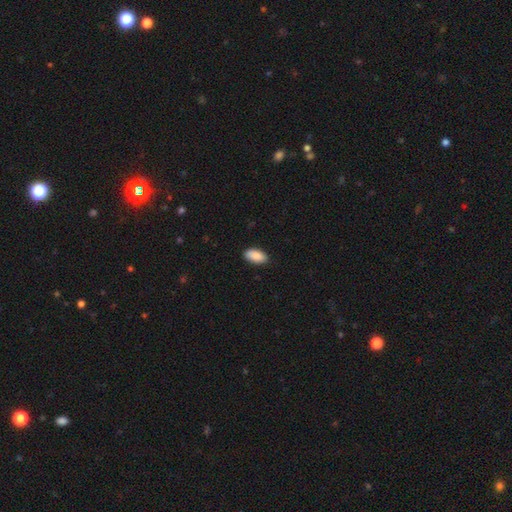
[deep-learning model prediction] The model was most divided on "merging": none: 87%, minor disturbance: 10%, major disturbance: 2%, merger: 1%. More confident: how rounded — in between (94%); smooth or featured — smooth (89%).